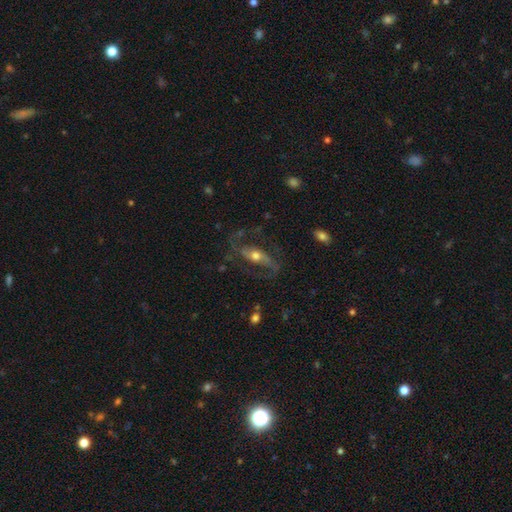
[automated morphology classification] smooth_or_featured: featured or disk (p=0.80) [alt: smooth p=0.13]
disk_edge_on: no (p=0.88) [alt: yes p=0.12]
bar: strong (p=0.37) [alt: no p=0.33]
has_spiral_arms: yes (p=0.90) [alt: no p=0.10]
spiral_winding: loose (p=0.45) [alt: medium p=0.42]
spiral_arm_count: 2 (p=0.90) [alt: can't tell p=0.04]
bulge_size: moderate (p=0.67) [alt: small p=0.19]
merging: none (p=0.68) [alt: major disturbance p=0.15]